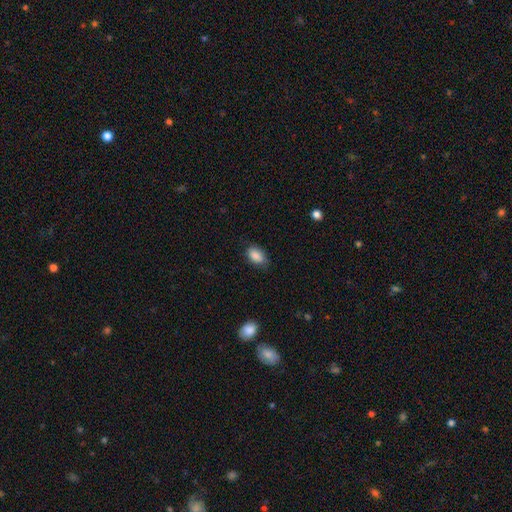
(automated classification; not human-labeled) This appears to be a smooth galaxy with no disk features (87%) that is in between round and cigar-shaped (89%). Merging: none (74%).